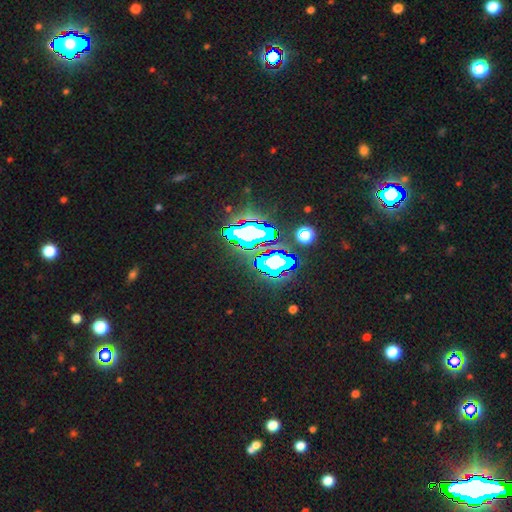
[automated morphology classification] type=star or artifact (84%).